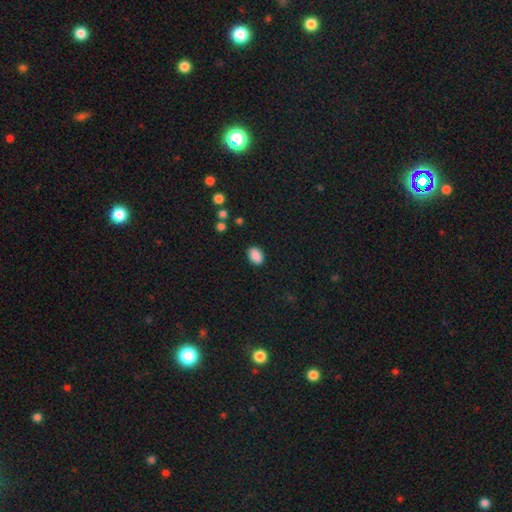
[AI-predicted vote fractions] Smooth or featured: smooth — 89% (star or artifact — 8%)
How rounded: in between — 87% (round — 12%)
Merging: none — 88% (minor disturbance — 8%)